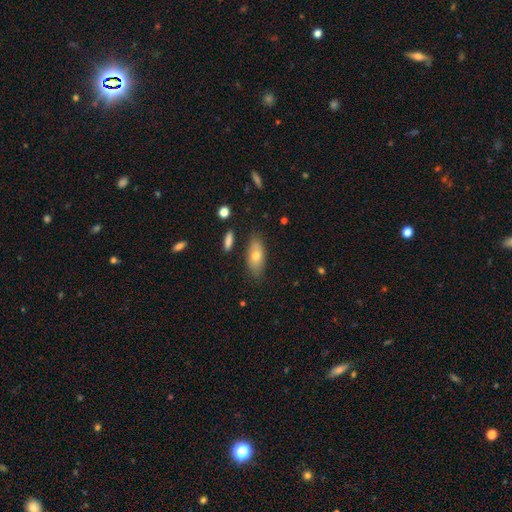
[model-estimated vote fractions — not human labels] Smooth or featured: smooth — 67% (featured or disk — 24%)
How rounded: in between — 83% (cigar-shaped — 14%)
Merging: none — 81% (minor disturbance — 14%)